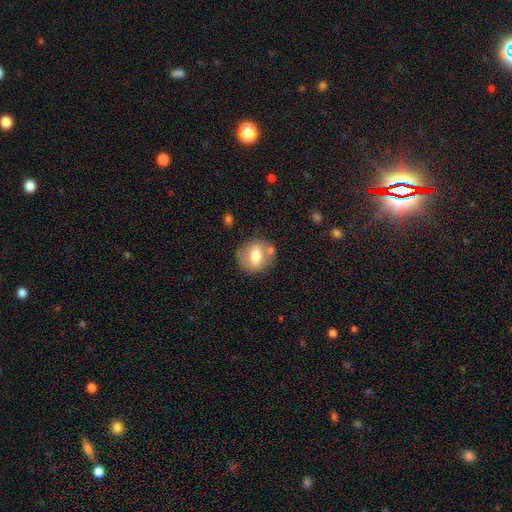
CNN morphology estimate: A smooth galaxy with no disk features (60%) that is round (61%).

Vote fractions:
- Smooth or featured? smooth: 60% / featured or disk: 32% / star or artifact: 8%
- How rounded? round: 61% / in between: 37% / cigar-shaped: 2%
- Merging? none: 72% / minor disturbance: 14% / merger: 9% / major disturbance: 5%